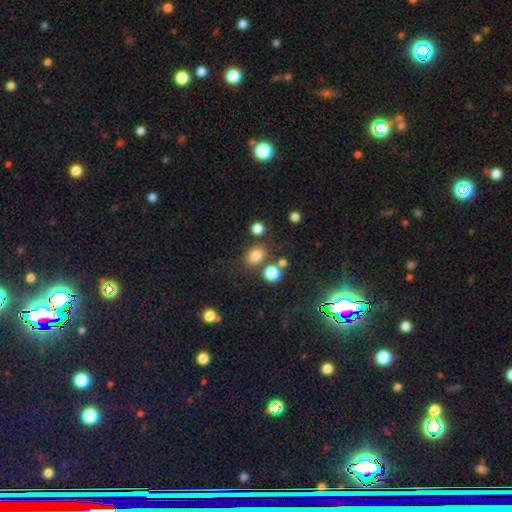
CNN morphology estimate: smooth-or-featured: smooth: 78% | star or artifact: 15% | featured or disk: 7%
  how-rounded: in between: 50% | round: 48% | cigar-shaped: 1%
  merging: none: 72% | minor disturbance: 12% | merger: 11% | major disturbance: 5%